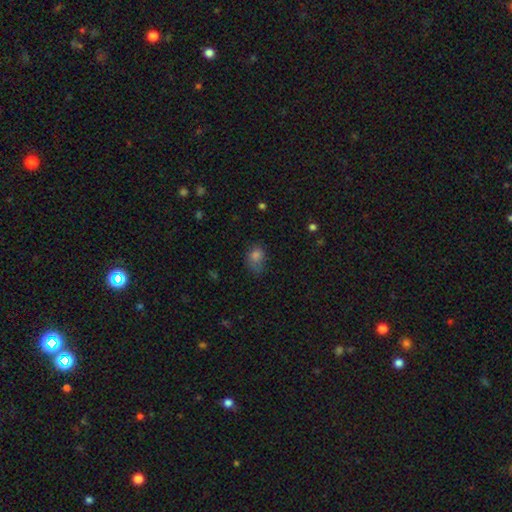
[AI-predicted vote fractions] Smooth or featured?
  - smooth: 75% *
  - star or artifact: 15%
  - featured or disk: 9%
How rounded?
  - in between: 59% *
  - round: 39%
  - cigar-shaped: 1%
Merging?
  - none: 41% *
  - minor disturbance: 32%
  - major disturbance: 22%
  - merger: 4%